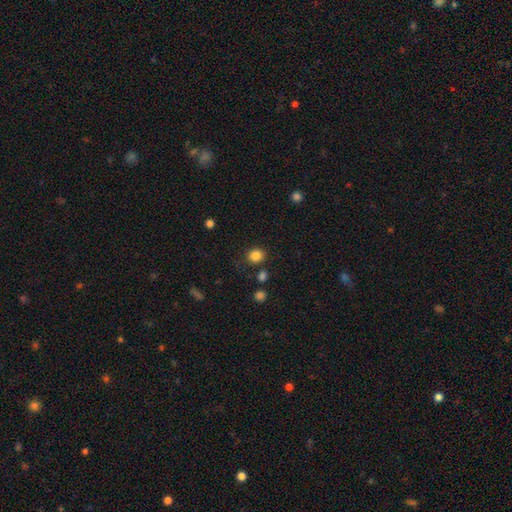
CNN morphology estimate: type=smooth (85%); roundness=round (72%); merging=none (81%).